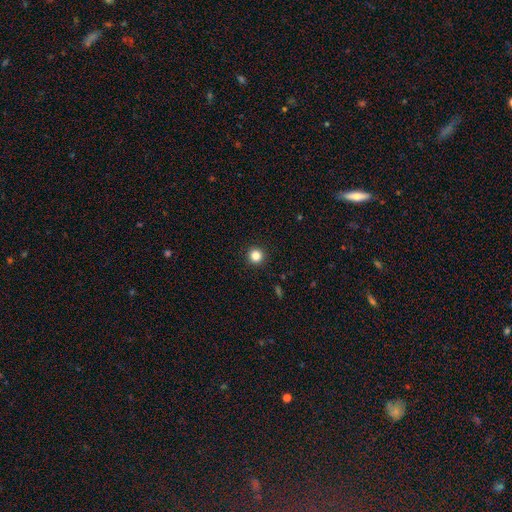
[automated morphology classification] smooth_or_featured: smooth (p=0.84) [alt: star or artifact p=0.12]
how_rounded: round (p=0.95) [alt: in between p=0.04]
merging: none (p=0.93) [alt: minor disturbance p=0.04]